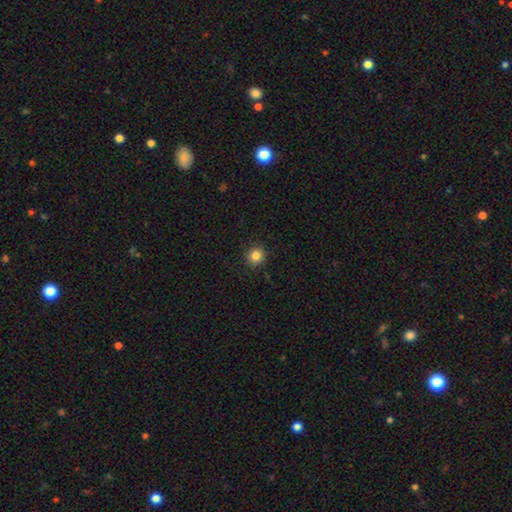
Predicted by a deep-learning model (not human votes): Smooth or featured? smooth (85%)
How rounded? round (91%)
Merging? none (91%)